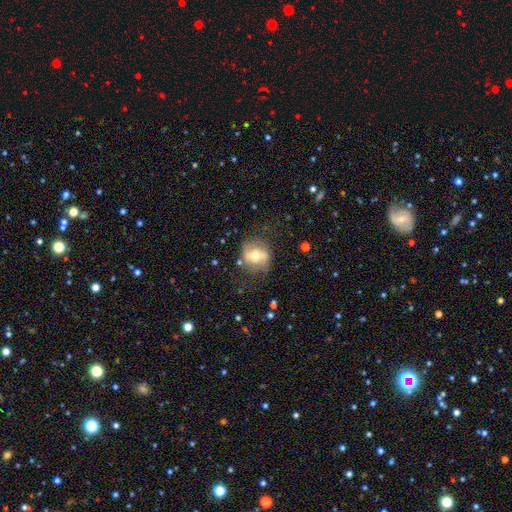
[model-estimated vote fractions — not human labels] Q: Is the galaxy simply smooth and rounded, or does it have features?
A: featured or disk — 58%.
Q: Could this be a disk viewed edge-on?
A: no — 93%.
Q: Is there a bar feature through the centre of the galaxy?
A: weak — 37%.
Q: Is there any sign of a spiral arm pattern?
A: yes — 69%.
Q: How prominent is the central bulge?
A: moderate — 69%.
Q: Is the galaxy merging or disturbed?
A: none — 69%.